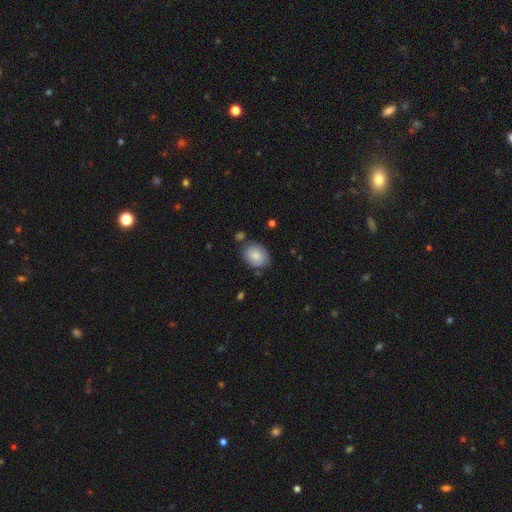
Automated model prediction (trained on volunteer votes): Smooth or featured? Predicted: smooth (p=0.82). How rounded? Predicted: in between (p=0.60). Merging? Predicted: none (p=0.74).